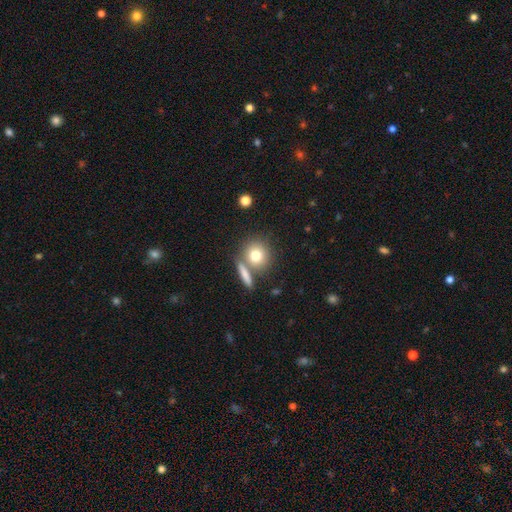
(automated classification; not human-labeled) Smooth or featured?
  - smooth: 77% *
  - featured or disk: 14%
  - star or artifact: 9%
How rounded?
  - round: 82% *
  - in between: 15%
  - cigar-shaped: 3%
Merging?
  - none: 62% *
  - merger: 24%
  - minor disturbance: 9%
  - major disturbance: 4%